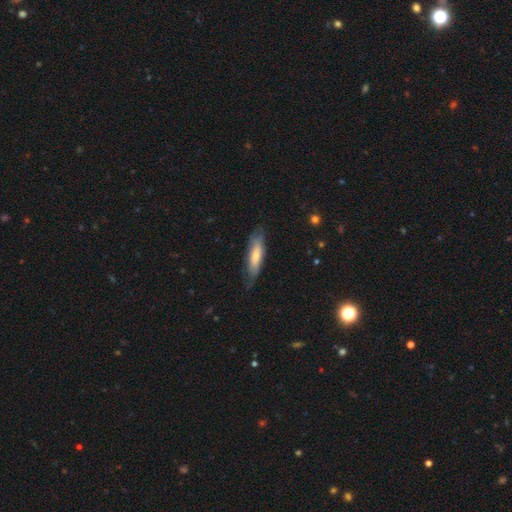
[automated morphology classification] A smooth galaxy with no disk features (66%) that is cigar-shaped (61%).

Vote fractions:
- Smooth or featured? smooth: 66% / featured or disk: 29% / star or artifact: 5%
- How rounded? cigar-shaped: 61% / in between: 38% / round: 1%
- Merging? none: 67% / minor disturbance: 24% / major disturbance: 7% / merger: 1%